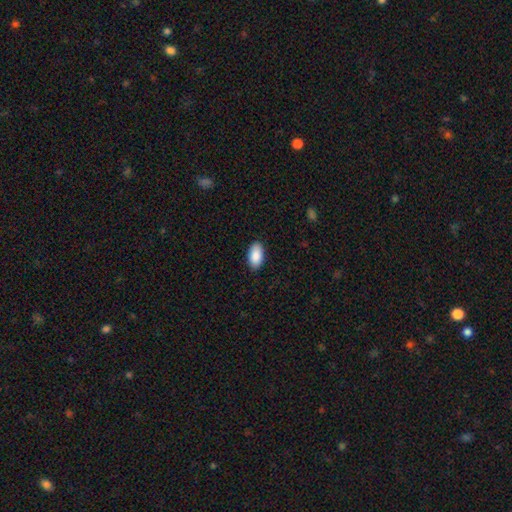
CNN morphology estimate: type=smooth (90%); roundness=in between (95%); merging=none (89%).